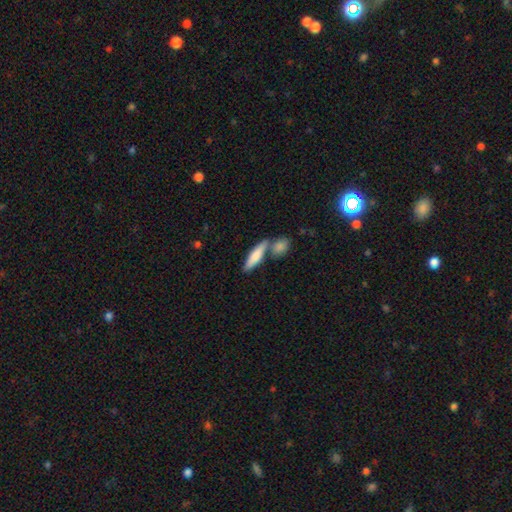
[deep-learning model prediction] Smooth or featured?
  - smooth: 71% *
  - featured or disk: 24%
  - star or artifact: 5%
How rounded?
  - cigar-shaped: 66% *
  - in between: 31%
  - round: 3%
Merging?
  - none: 57% *
  - merger: 29%
  - minor disturbance: 11%
  - major disturbance: 3%